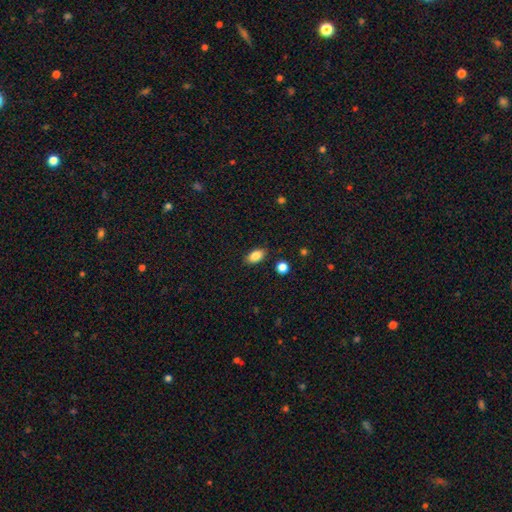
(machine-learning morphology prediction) The model was most divided on "merging": none: 86%, minor disturbance: 10%, major disturbance: 2%, merger: 2%. More confident: how rounded — in between (89%); smooth or featured — smooth (85%).